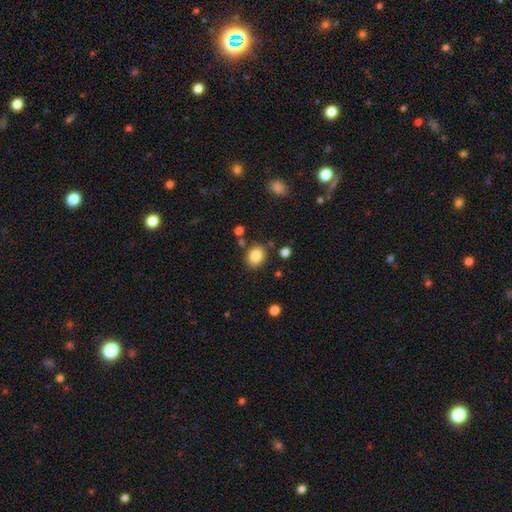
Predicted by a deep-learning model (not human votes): smooth 85%, star or artifact 9%, featured or disk 6%. Down the decision tree: how rounded — round (61%); merging — none (82%).